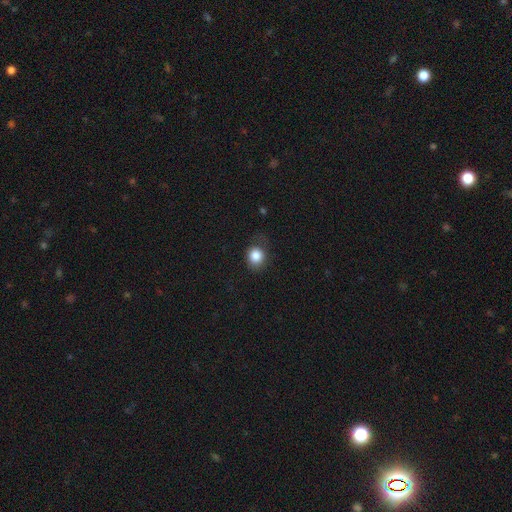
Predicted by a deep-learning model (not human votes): The model was most divided on "merging": none: 68%, minor disturbance: 21%, major disturbance: 9%, merger: 1%. More confident: smooth or featured — smooth (84%); how rounded — round (76%).